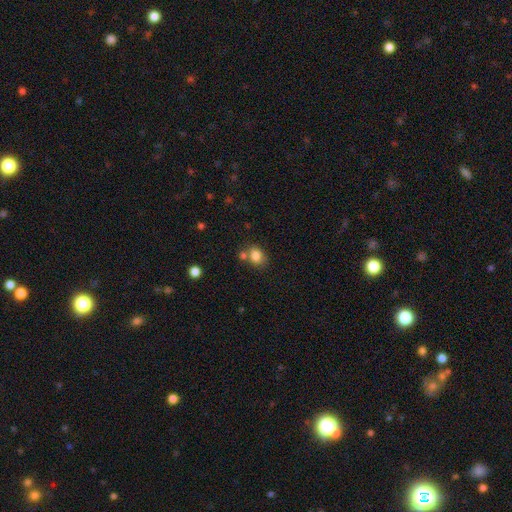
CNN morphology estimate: Smooth or featured? Predicted: smooth (p=0.82). How rounded? Predicted: in between (p=0.53). Merging? Predicted: none (p=0.62).